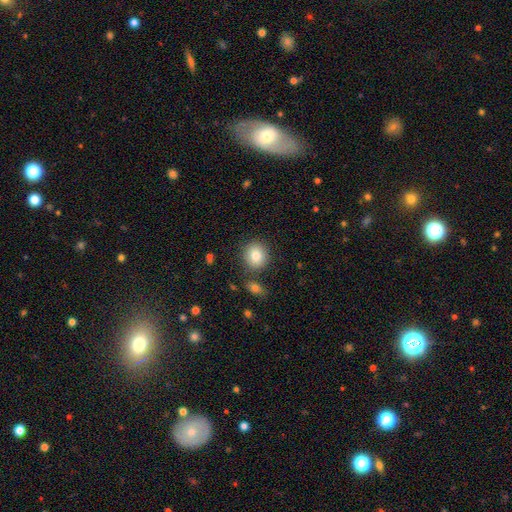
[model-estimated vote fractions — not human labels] Overall: smooth (83%). How rounded: round (84%). Merging: none (83%).